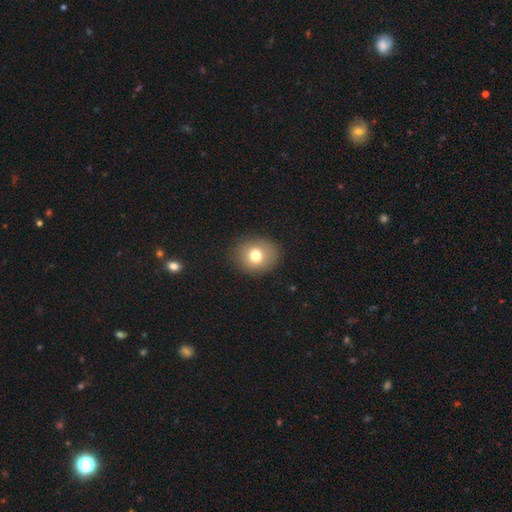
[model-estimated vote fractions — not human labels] Overall: smooth (75%). How rounded: round (71%). Merging: none (88%).